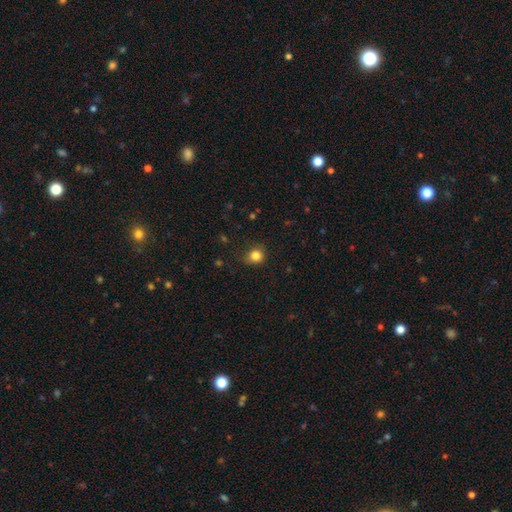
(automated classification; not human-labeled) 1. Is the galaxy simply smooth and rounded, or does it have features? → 83% smooth, 12% star or artifact, 5% featured or disk.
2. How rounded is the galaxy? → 83% round, 16% in between, 1% cigar-shaped.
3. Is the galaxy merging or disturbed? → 77% none, 18% minor disturbance, 4% major disturbance, 1% merger.